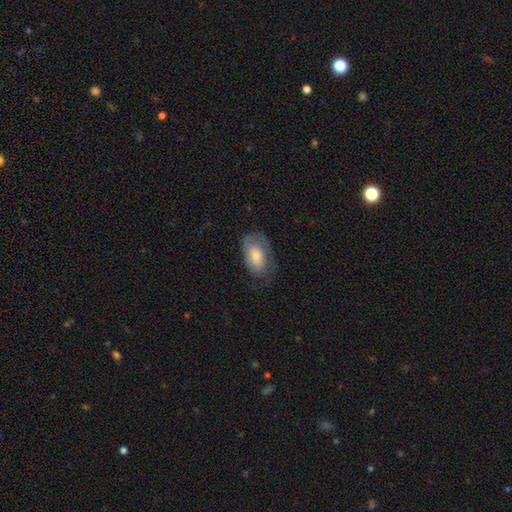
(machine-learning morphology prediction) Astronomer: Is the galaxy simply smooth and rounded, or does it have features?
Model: smooth — 57% (runner-up: featured or disk, 36%).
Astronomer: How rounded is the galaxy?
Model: in between — 91%.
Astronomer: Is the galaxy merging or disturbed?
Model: none — 62%.